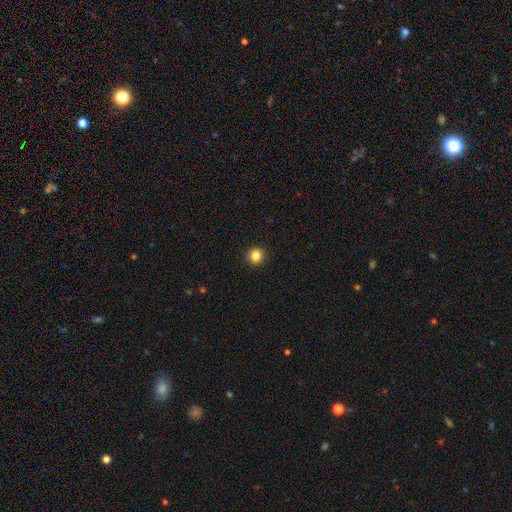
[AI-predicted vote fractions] Morphology: type=smooth (84%); roundness=round (92%); merging=none (93%).